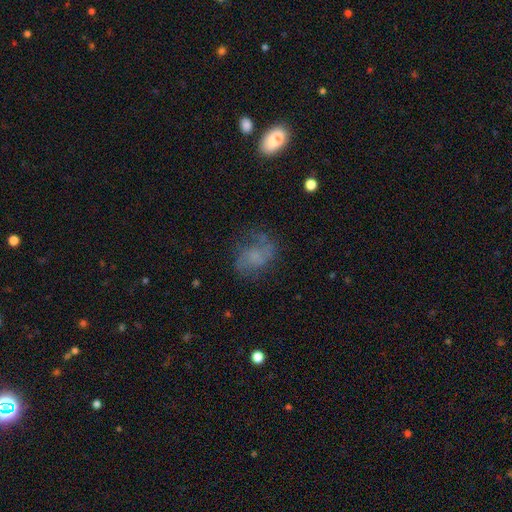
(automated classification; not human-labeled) Overall: featured or disk (54%; smooth 32%). Edge-on disk: no (97%). Bar: no (73%). Spiral arms: yes (78%). Bulge size: none (47%; small 35%). Merging: none (53%; minor disturbance 23%).